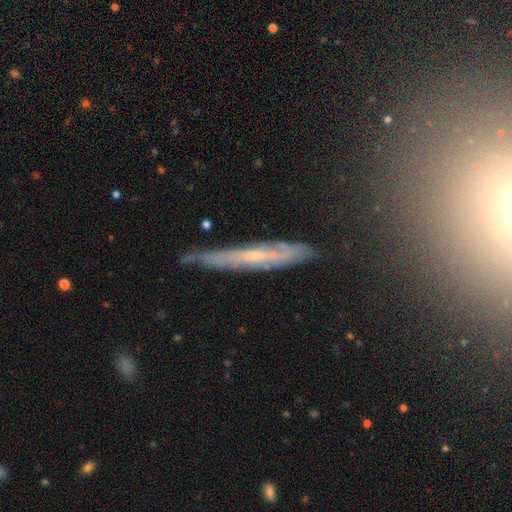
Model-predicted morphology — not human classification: A featured or disk galaxy (67%) viewed edge-on (77%) with no central bulge (58%). Merging: none (70%).